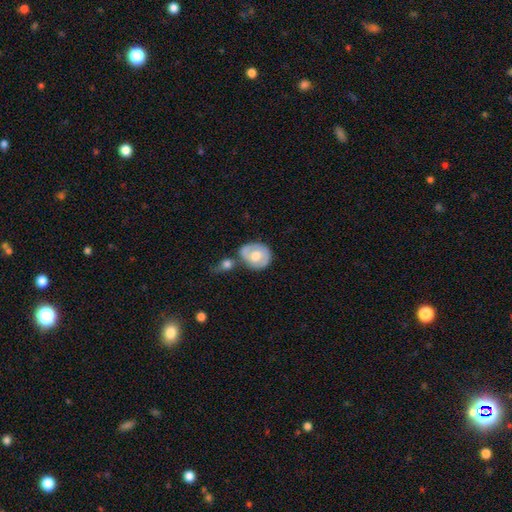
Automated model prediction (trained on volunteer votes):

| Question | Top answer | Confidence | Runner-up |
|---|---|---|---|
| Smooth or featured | featured or disk | 49% | smooth (45%) |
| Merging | none | 48% | merger (25%) |